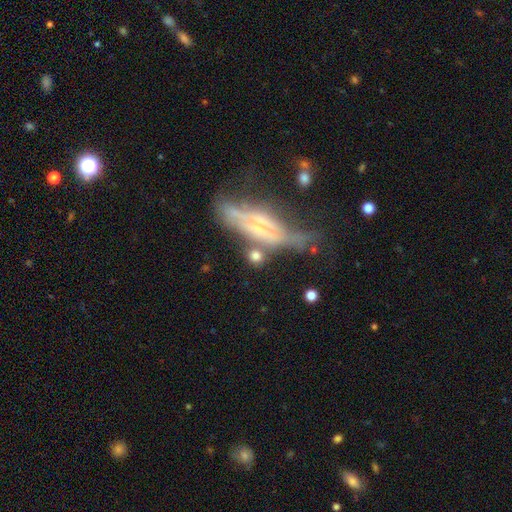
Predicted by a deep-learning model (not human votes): Smooth or featured: smooth — 55% (featured or disk — 33%)
How rounded: round — 59% (in between — 25%)
Merging: none — 65% (minor disturbance — 15%)